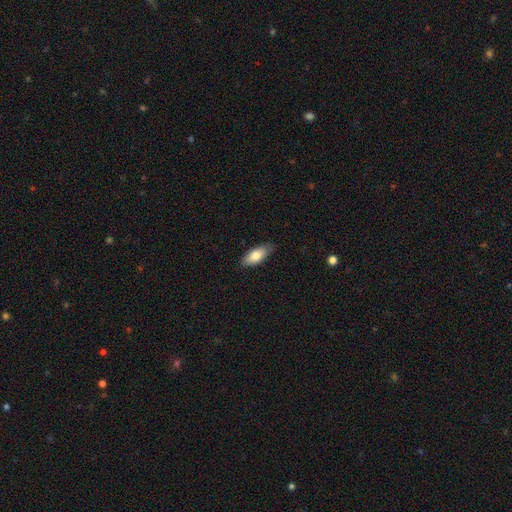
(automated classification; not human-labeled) This appears to be a smooth galaxy with no disk features (76%) that is in between round and cigar-shaped (82%). Merging: none (83%).